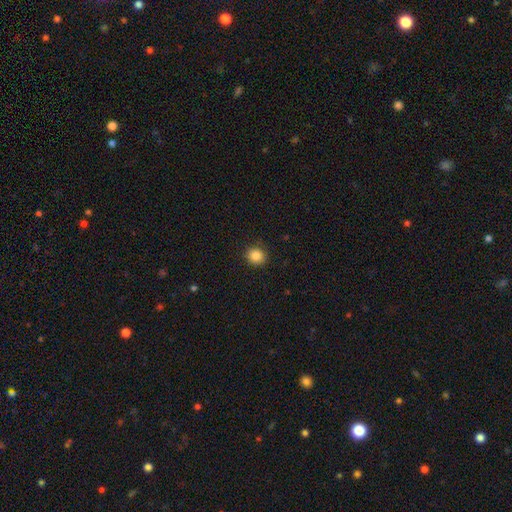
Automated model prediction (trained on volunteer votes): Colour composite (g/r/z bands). It shows a smooth galaxy with no disk features (86%) that is round (85%). Merging: none (90%).